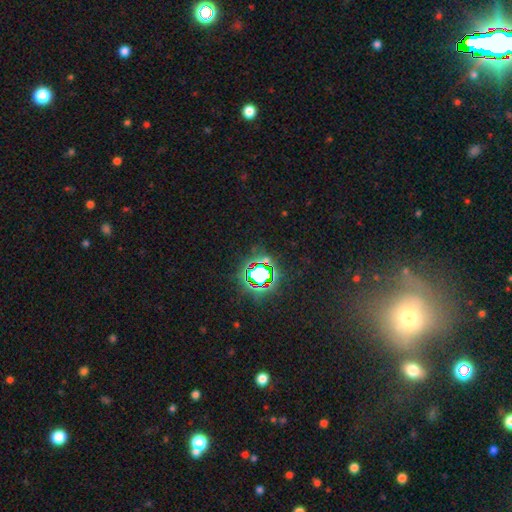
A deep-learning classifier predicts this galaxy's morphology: Smooth or featured? Predicted: star or artifact (p=0.74).